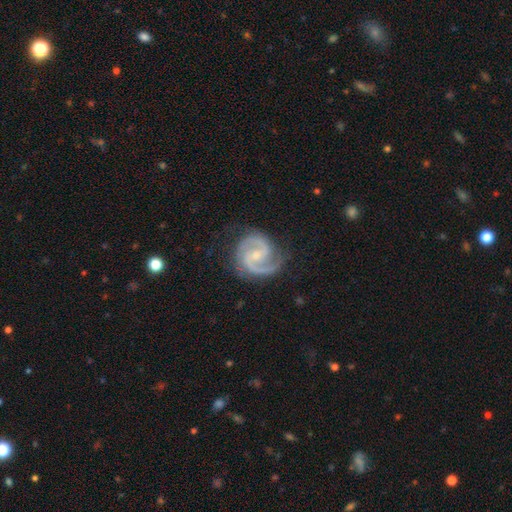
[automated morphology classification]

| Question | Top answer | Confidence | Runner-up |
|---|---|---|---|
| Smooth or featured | featured or disk | 93% | star or artifact (4%) |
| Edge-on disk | no | 98% | yes (2%) |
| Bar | weak | 45% | no (41%) |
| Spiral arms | yes | 99% | no (1%) |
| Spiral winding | medium | 56% | tight (35%) |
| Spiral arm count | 2 | 90% | 3 (4%) |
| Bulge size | small | 62% | moderate (33%) |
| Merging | none | 78% | minor disturbance (16%) |